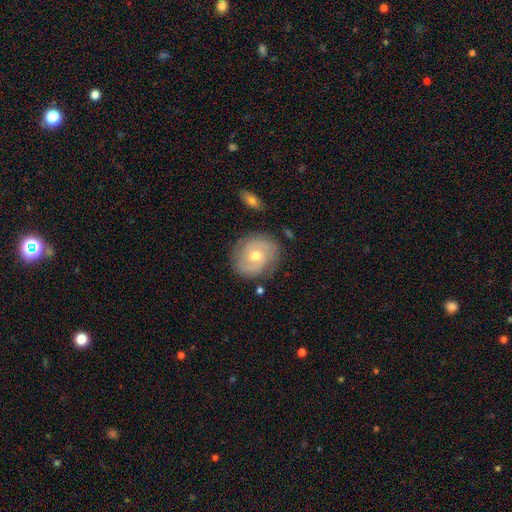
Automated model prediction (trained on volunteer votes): Smooth or featured: featured or disk — 60% (smooth — 32%)
Edge-on disk: no — 97% (yes — 3%)
Bar: no — 71% (weak — 25%)
Spiral arms: yes — 81% (no — 19%)
Bulge size: moderate — 65% (small — 31%)
Merging: none — 78% (minor disturbance — 16%)